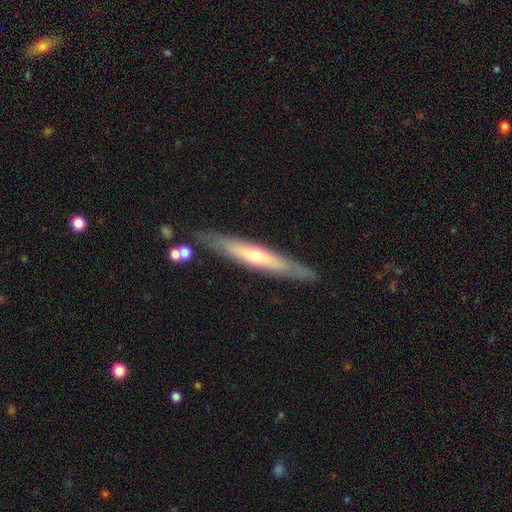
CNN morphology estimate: Smooth or featured? featured or disk (62%)
Edge-on disk? yes (83%)
Edge-on bulge? rounded (75%)
Merging? none (84%)